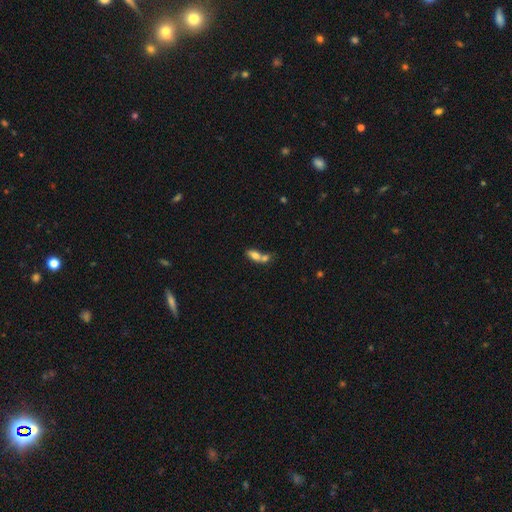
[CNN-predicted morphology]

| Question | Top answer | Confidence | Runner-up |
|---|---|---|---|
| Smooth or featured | smooth | 73% | featured or disk (18%) |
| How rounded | in between | 81% | cigar-shaped (11%) |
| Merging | merger | 63% | none (23%) |